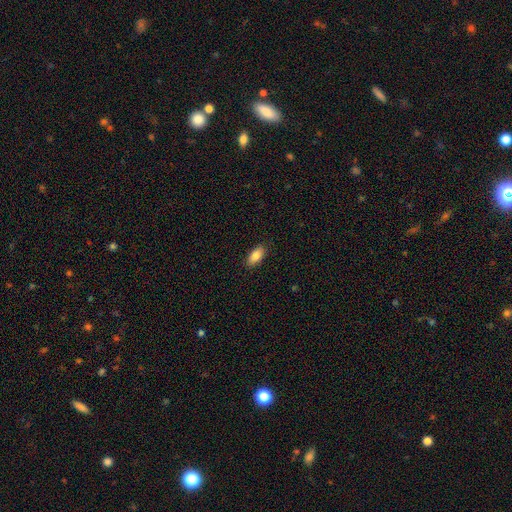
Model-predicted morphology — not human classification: Smooth or featured?
  - smooth: 86% *
  - featured or disk: 7%
  - star or artifact: 7%
How rounded?
  - in between: 90% *
  - cigar-shaped: 7%
  - round: 3%
Merging?
  - none: 88% *
  - minor disturbance: 9%
  - major disturbance: 2%
  - merger: 1%